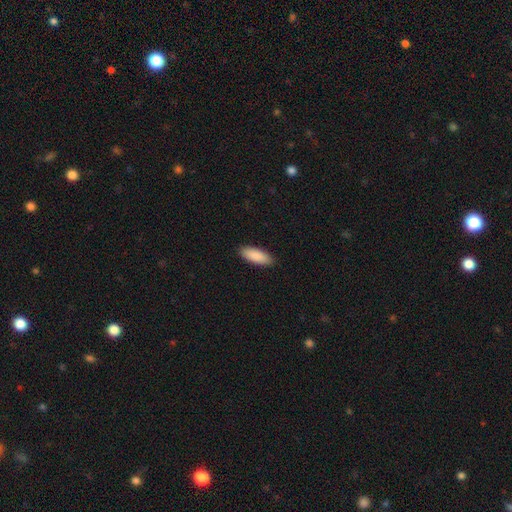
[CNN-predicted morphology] type=smooth (90%); roundness=in between (71%); merging=none (90%).